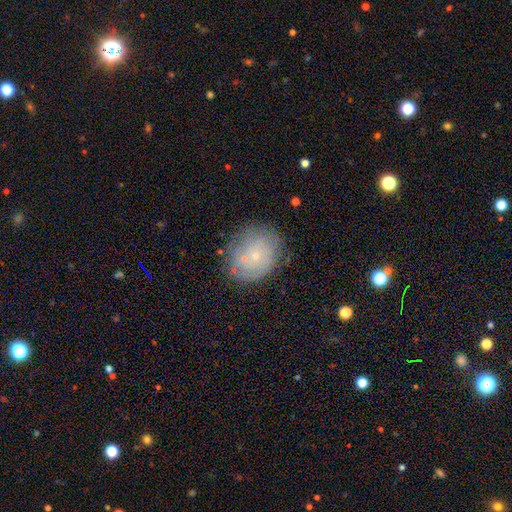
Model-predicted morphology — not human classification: This is possibly a featured or disk galaxy (46%). Merging: likely none (66%).